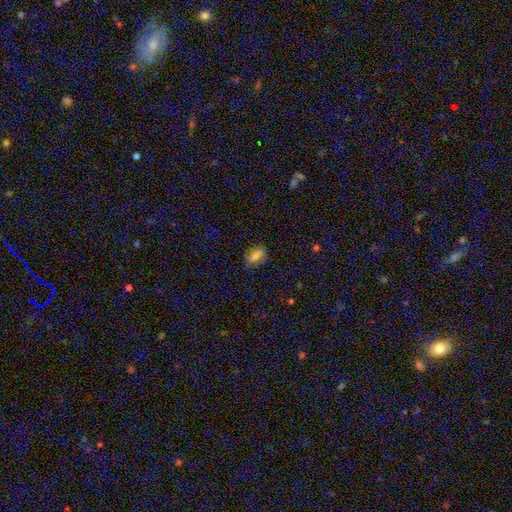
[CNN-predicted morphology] A smooth galaxy with no disk features (74%) that is in between round and cigar-shaped (72%). Merging: none (83%).